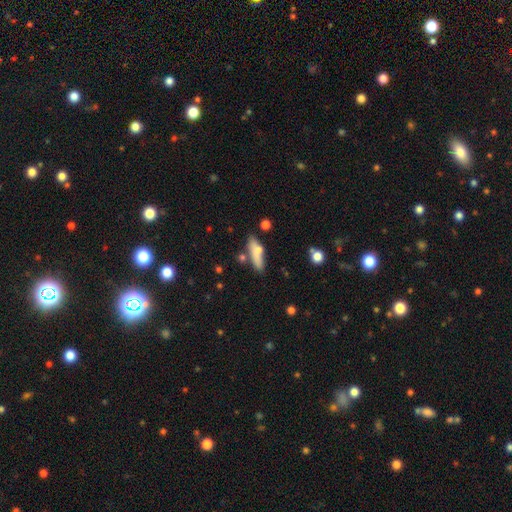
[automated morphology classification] smooth 71%, featured or disk 22%, star or artifact 8%. Down the decision tree: how rounded — cigar-shaped (64%); merging — none (71%).